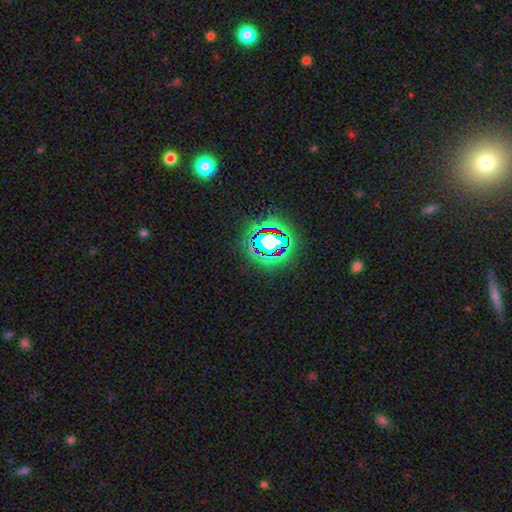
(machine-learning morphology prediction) star or artifact 78%, smooth 12%, featured or disk 9%.